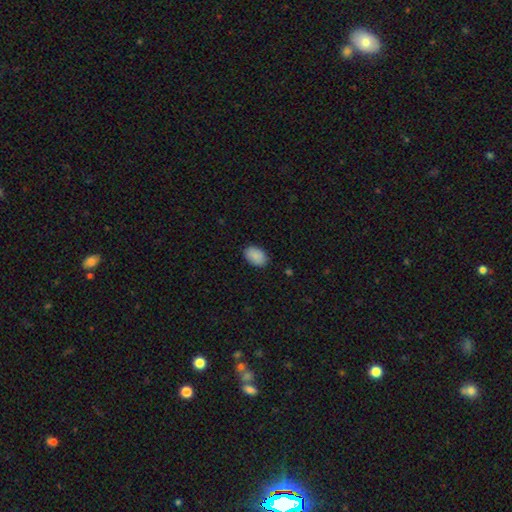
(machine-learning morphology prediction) type=smooth (88%); roundness=in between (86%); merging=none (87%).